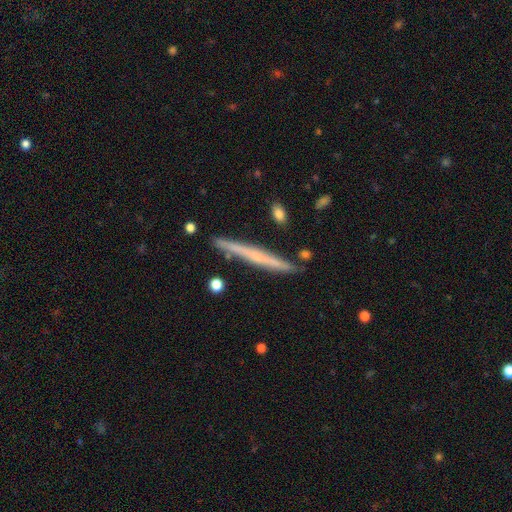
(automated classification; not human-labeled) smooth-or-featured: featured or disk: 56% | smooth: 38% | star or artifact: 6%
  disk-edge-on: yes: 96% | no: 4%
    edge-on-bulge: none: 71% | rounded: 24% | boxy: 5%
  merging: none: 86% | minor disturbance: 10% | merger: 3% | major disturbance: 2%